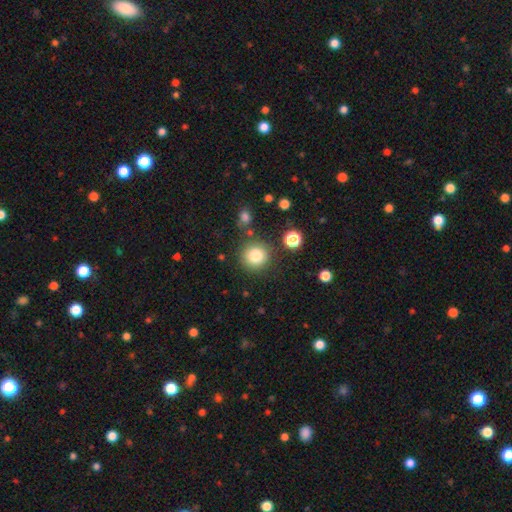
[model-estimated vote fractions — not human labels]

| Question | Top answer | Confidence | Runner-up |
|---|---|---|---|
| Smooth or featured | smooth | 81% | star or artifact (11%) |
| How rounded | round | 93% | in between (6%) |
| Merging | none | 83% | minor disturbance (9%) |